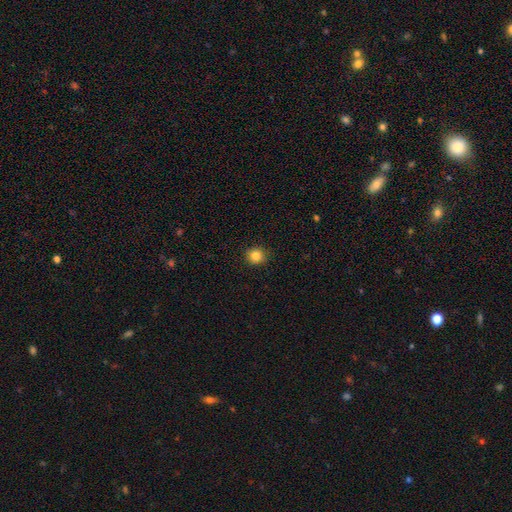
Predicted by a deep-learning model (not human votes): Q: Smooth or featured?
A: smooth (84%); runner-up: star or artifact (11%)
Q: How rounded?
A: round (89%); runner-up: in between (10%)
Q: Merging?
A: none (91%); runner-up: minor disturbance (6%)